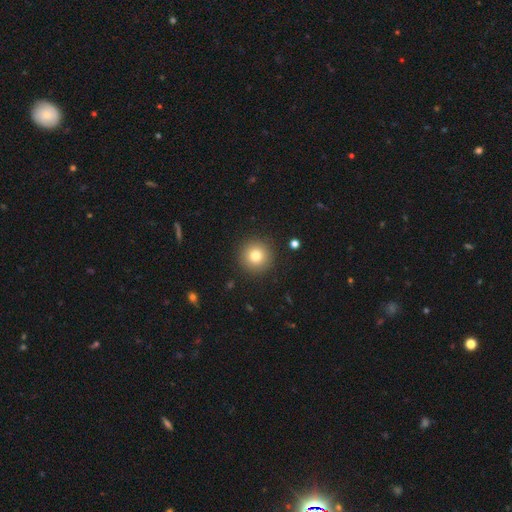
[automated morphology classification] Overall: smooth (78%). How rounded: round (96%). Merging: none (91%).